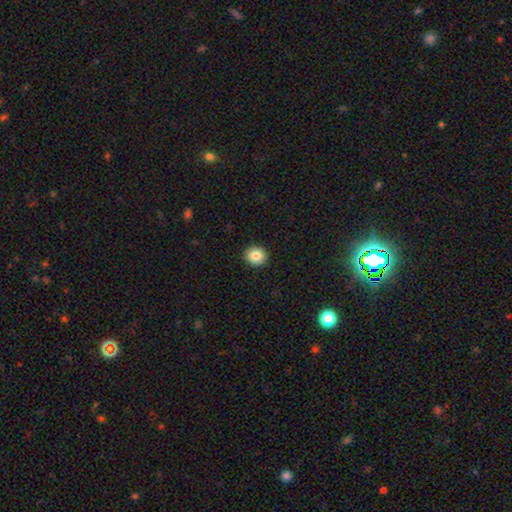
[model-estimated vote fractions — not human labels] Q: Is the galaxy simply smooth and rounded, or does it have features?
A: smooth — 84%.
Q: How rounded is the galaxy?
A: round — 82%.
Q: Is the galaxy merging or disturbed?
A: none — 92%.